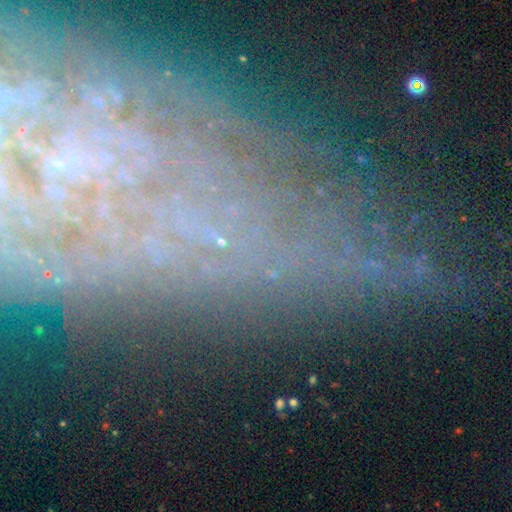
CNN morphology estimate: This appears to be a star or artifact, not a galaxy (46%).